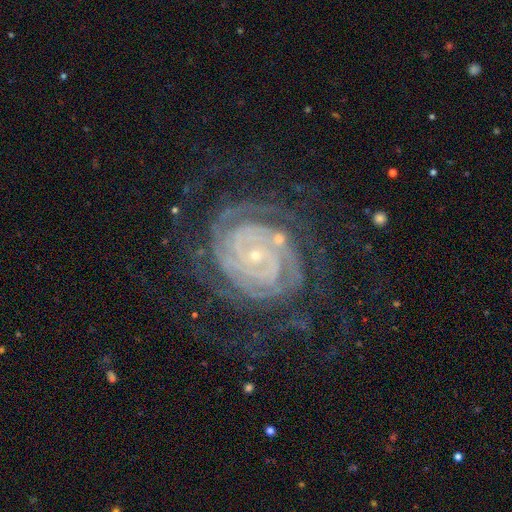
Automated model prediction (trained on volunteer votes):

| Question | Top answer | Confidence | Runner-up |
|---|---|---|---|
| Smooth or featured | featured or disk | 89% | star or artifact (7%) |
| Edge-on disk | no | 97% | yes (3%) |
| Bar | no | 67% | weak (20%) |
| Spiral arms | yes | 98% | no (2%) |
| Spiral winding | tight | 84% | medium (13%) |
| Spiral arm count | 2 | 26% | can't tell (19%) |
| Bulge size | small | 87% | moderate (9%) |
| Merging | none | 71% | minor disturbance (16%) |